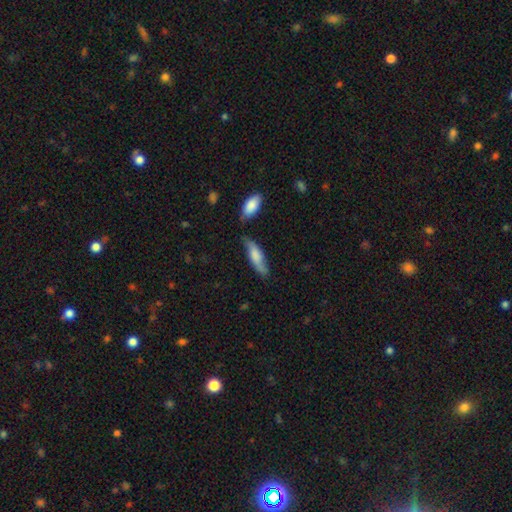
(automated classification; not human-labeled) Morphology: type=smooth (58%); roundness=cigar-shaped (52%); merging=none (60%).